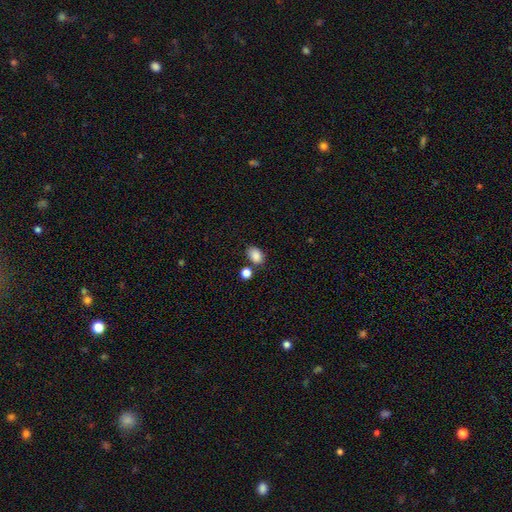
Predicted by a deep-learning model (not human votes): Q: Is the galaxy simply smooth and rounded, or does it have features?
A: smooth — 86%.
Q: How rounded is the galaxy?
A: in between — 78%.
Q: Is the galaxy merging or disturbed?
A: none — 70%.